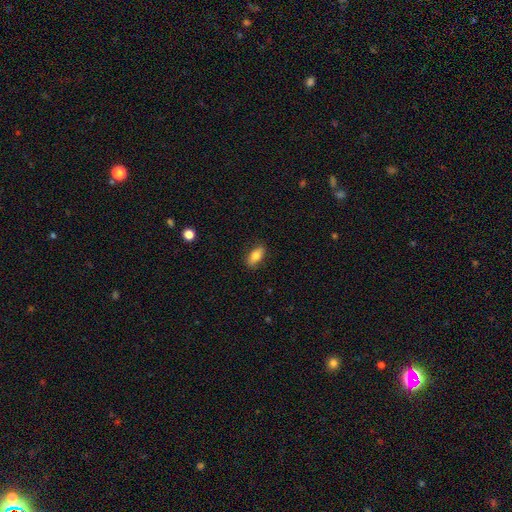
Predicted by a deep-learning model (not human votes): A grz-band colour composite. It shows a smooth galaxy with no disk features (80%) that is in between round and cigar-shaped (84%). Merging: none (86%).